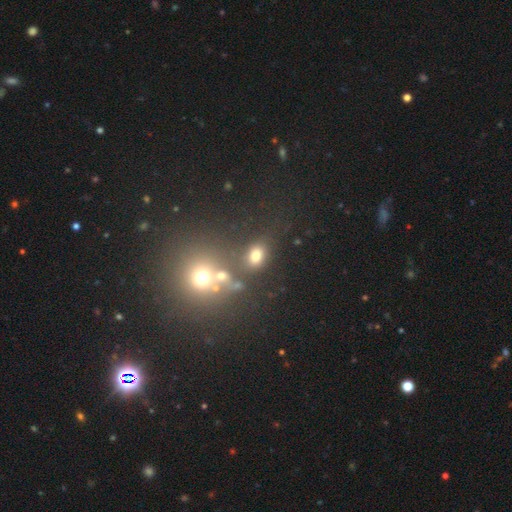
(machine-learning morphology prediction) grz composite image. It shows a smooth galaxy with no disk features (73%) that is in between round and cigar-shaped (65%). Merging: none (62%).